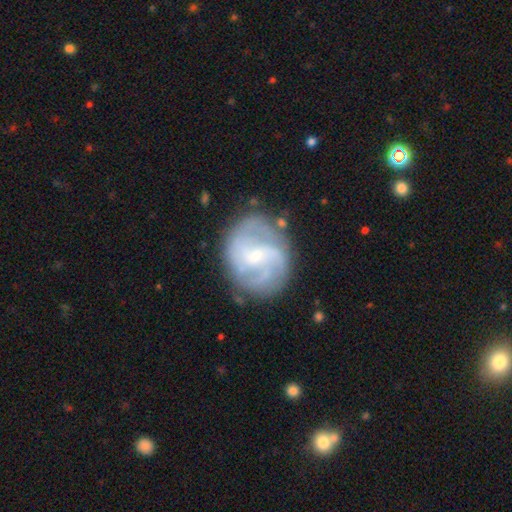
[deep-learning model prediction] Smooth or featured: featured or disk — 82% (smooth — 12%)
Edge-on disk: no — 98% (yes — 2%)
Bar: weak — 54% (no — 31%)
Spiral arms: yes — 94% (no — 6%)
Spiral winding: medium — 47% (tight — 28%)
Spiral arm count: 2 — 47% (can't tell — 19%)
Bulge size: small — 70% (moderate — 23%)
Merging: none — 73% (minor disturbance — 17%)